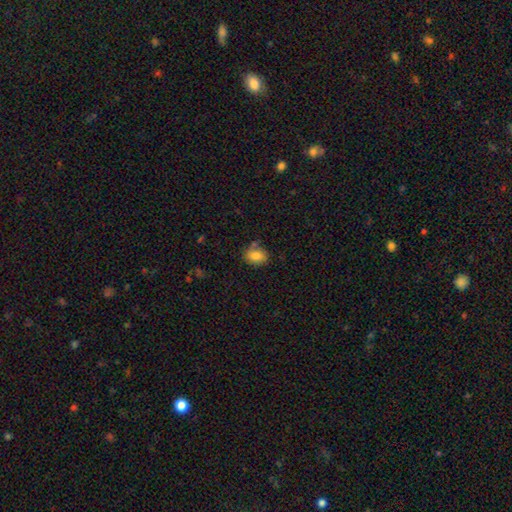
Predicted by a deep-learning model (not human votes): smooth-or-featured: smooth: 82% | star or artifact: 9% | featured or disk: 9%
  how-rounded: in between: 64% | round: 35% | cigar-shaped: 1%
  merging: none: 72% | minor disturbance: 17% | merger: 7% | major disturbance: 4%